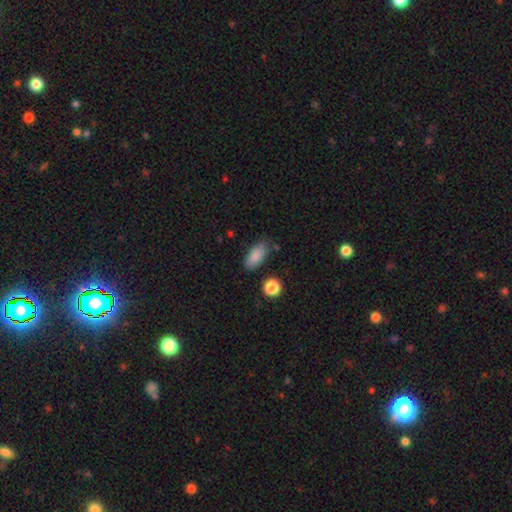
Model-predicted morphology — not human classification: smooth 86%, star or artifact 8%, featured or disk 6%. Down the decision tree: how rounded — in between (87%); merging — none (76%).